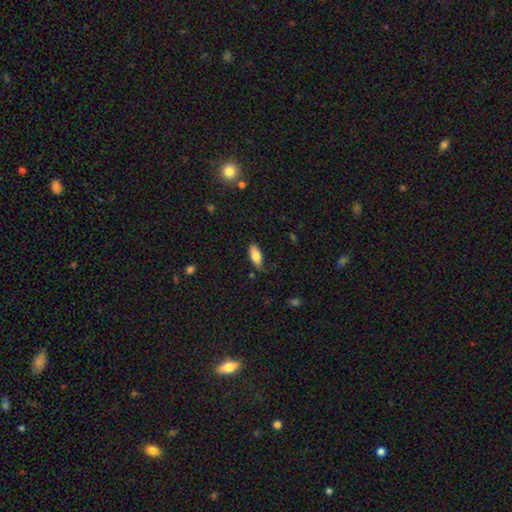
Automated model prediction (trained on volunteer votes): Overall: smooth (78%). How rounded: in between (84%). Merging: none (72%).